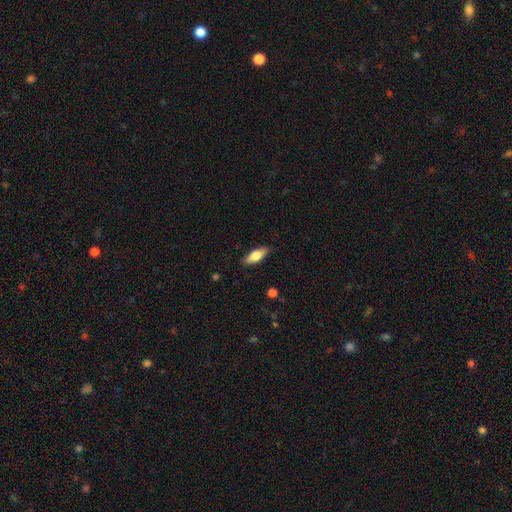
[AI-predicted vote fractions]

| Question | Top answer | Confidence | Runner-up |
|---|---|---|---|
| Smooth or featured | smooth | 68% | featured or disk (26%) |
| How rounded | in between | 68% | cigar-shaped (29%) |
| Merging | none | 87% | minor disturbance (10%) |